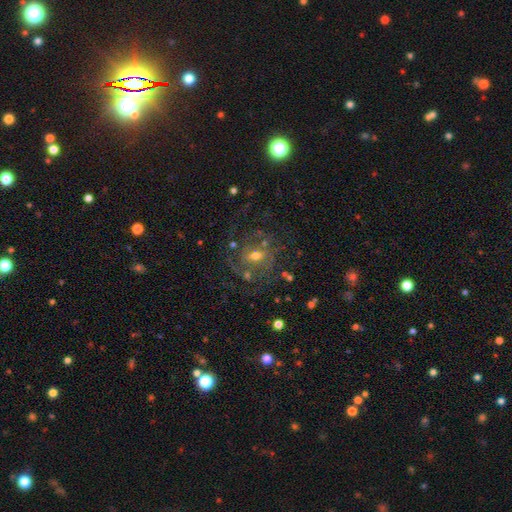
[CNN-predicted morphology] A featured or disk galaxy (74%) with a weak bar (48%), medium (42%) spiral arms (83%) and a moderate central bulge (55%).

Vote fractions:
- Smooth or featured? featured or disk: 74% / smooth: 15% / star or artifact: 11%
- Edge-on disk? no: 96% / yes: 4%
- Bar? weak: 48% / no: 37% / strong: 14%
- Spiral arms? yes: 83% / no: 17%
- Spiral winding? medium: 42% / tight: 40% / loose: 18%
- Spiral arm count? can't tell: 36% / 2: 25% / 3: 17% / 1: 8% / 4: 7% / more than 4: 5%
- Bulge size? moderate: 55% / small: 39% / large: 3% / none: 2% / dominant: 1%
- Merging? none: 60% / minor disturbance: 18% / major disturbance: 18% / merger: 4%